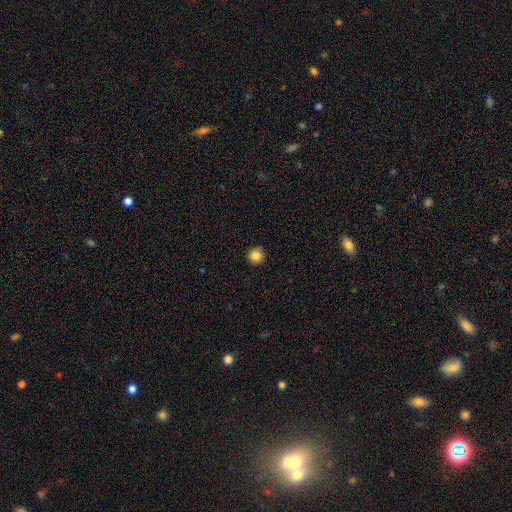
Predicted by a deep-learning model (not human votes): This appears to be a smooth galaxy with no disk features (84%) that is round (93%). Merging: none (90%).